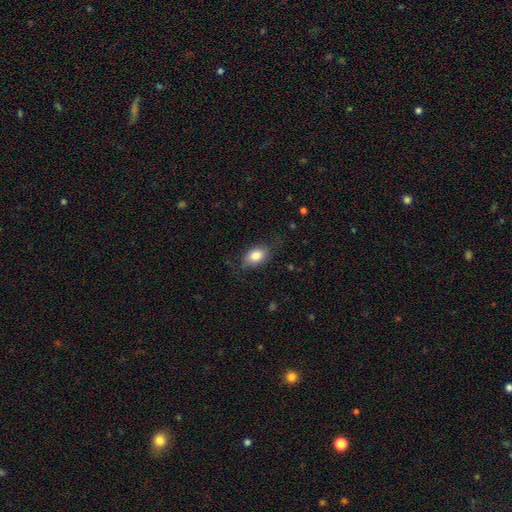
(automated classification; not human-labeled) Smooth or featured? Predicted: smooth (p=0.84). How rounded? Predicted: in between (p=0.86). Merging? Predicted: none (p=0.73).